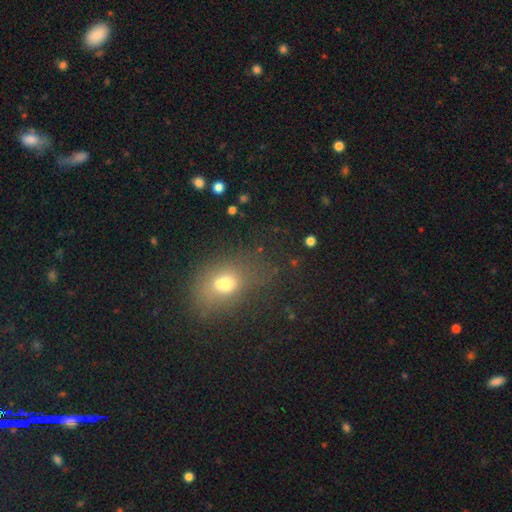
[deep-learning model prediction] Smooth or featured? Predicted: smooth (p=0.64). How rounded? Predicted: in between (p=0.61). Merging? Predicted: none (p=0.59).